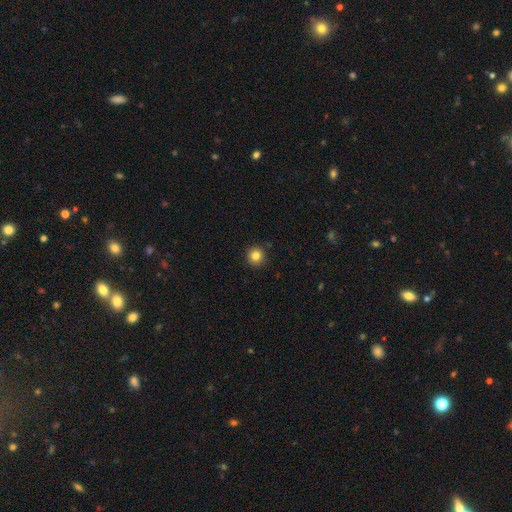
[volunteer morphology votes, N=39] type=smooth (85%); roundness=round (100%); merging=none (86%).